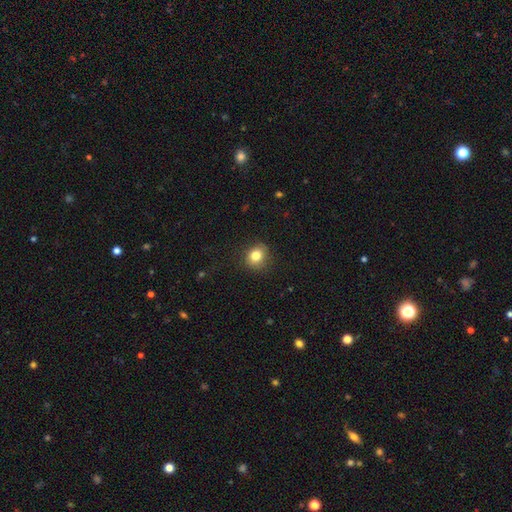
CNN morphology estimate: smooth_or_featured: smooth (p=0.82) [alt: star or artifact p=0.11]
how_rounded: round (p=0.73) [alt: in between p=0.26]
merging: none (p=0.84) [alt: minor disturbance p=0.11]